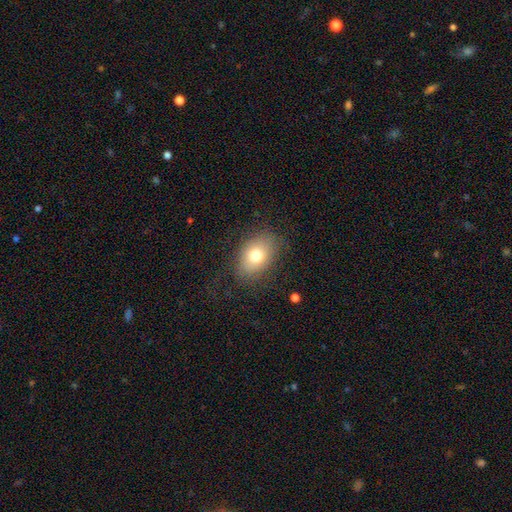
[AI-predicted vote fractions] smooth 75%, featured or disk 15%, star or artifact 11%. Down the decision tree: how rounded — in between (74%); merging — none (76%).